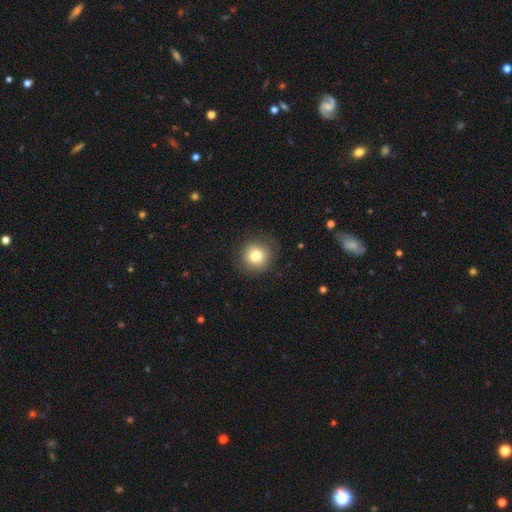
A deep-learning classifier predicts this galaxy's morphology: smooth_or_featured: smooth (p=0.82) [alt: star or artifact p=0.10]
how_rounded: round (p=0.91) [alt: in between p=0.08]
merging: none (p=0.86) [alt: minor disturbance p=0.10]